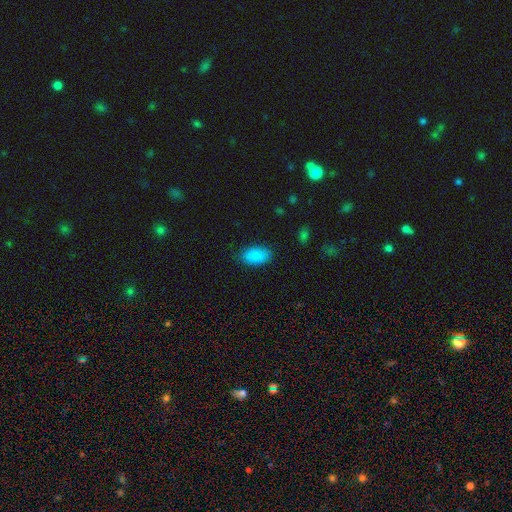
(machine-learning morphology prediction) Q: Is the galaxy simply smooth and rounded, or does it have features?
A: smooth — 89%.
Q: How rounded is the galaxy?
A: in between — 94%.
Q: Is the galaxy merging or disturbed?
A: none — 85%.